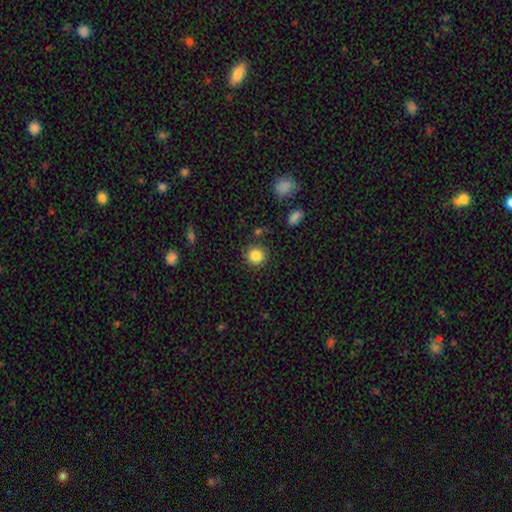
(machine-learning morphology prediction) Overall: smooth (85%). How rounded: round (91%). Merging: none (88%).